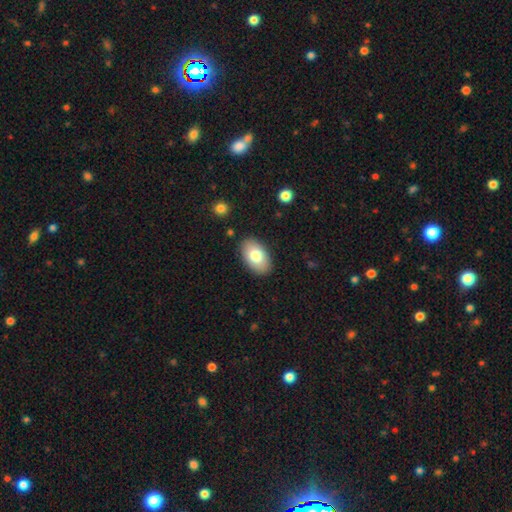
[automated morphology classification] smooth-or-featured: smooth: 77% | featured or disk: 17% | star or artifact: 7%
  how-rounded: in between: 94% | round: 5% | cigar-shaped: 1%
  merging: none: 87% | minor disturbance: 9% | major disturbance: 2% | merger: 1%